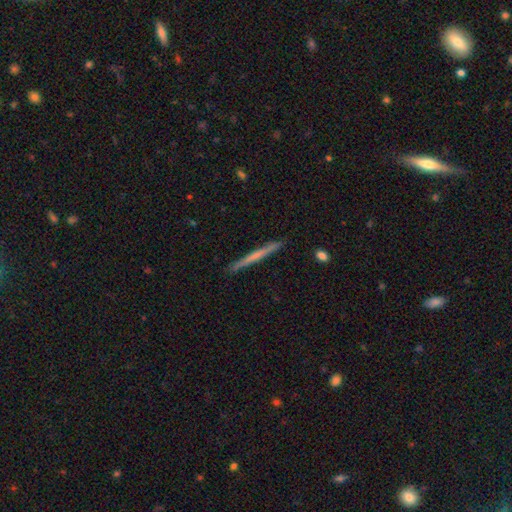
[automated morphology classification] smooth_or_featured: smooth (p=0.49) [alt: featured or disk p=0.45]
merging: none (p=0.91) [alt: minor disturbance p=0.06]